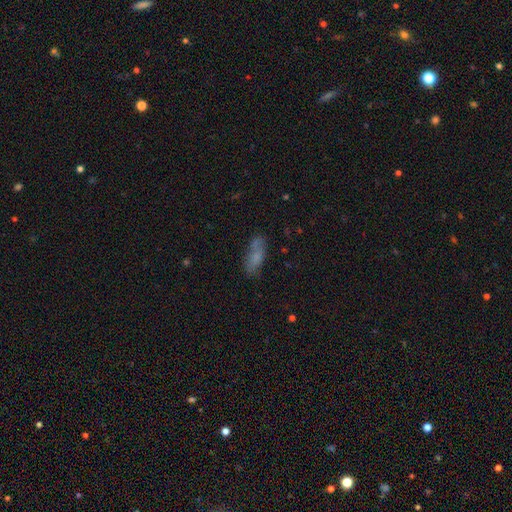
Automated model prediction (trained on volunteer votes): A smooth galaxy with no disk features (68%) that is in between round and cigar-shaped (61%). Merging: none (64%).